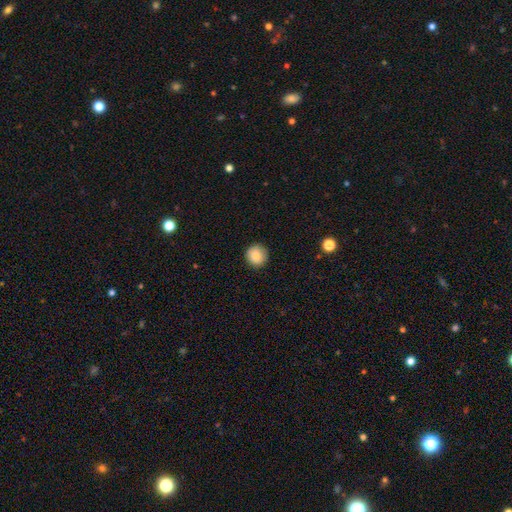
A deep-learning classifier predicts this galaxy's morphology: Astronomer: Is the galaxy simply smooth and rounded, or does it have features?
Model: smooth — 86%.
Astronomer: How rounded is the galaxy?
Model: round — 92%.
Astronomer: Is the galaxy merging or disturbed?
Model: none — 90%.